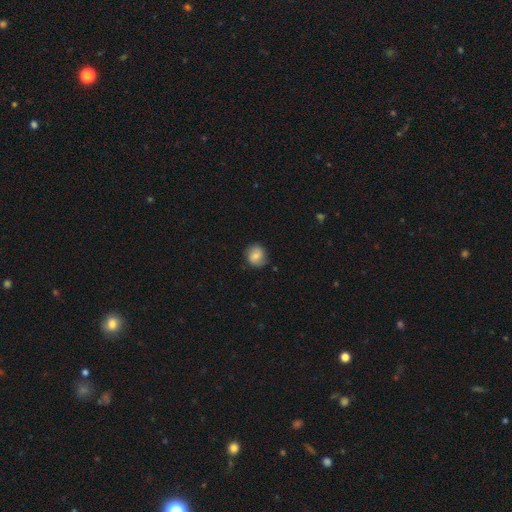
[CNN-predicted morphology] Smooth or featured: smooth — 73% (featured or disk — 18%)
How rounded: round — 82% (in between — 17%)
Merging: none — 78% (minor disturbance — 17%)